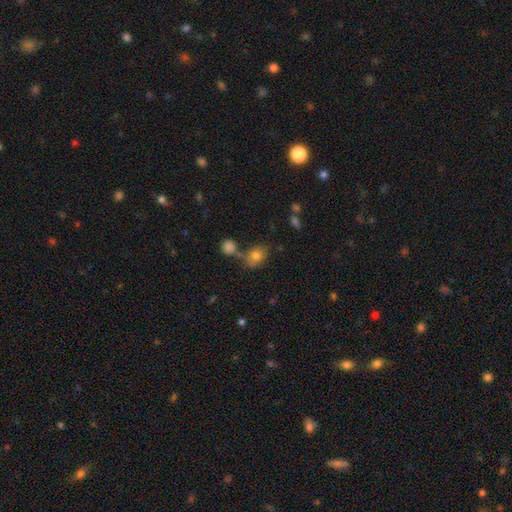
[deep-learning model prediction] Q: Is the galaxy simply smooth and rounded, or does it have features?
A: smooth — 76%.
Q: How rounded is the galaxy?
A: in between — 65%.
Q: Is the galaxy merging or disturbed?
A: none — 51%.